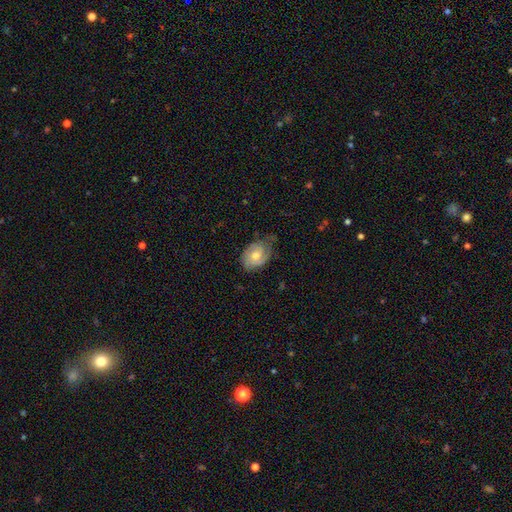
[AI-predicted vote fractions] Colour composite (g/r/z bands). It shows a featured or disk galaxy (59%) with no bar (74%), spiral arms (85%) and a moderate central bulge (65%). Merging: none (57%).